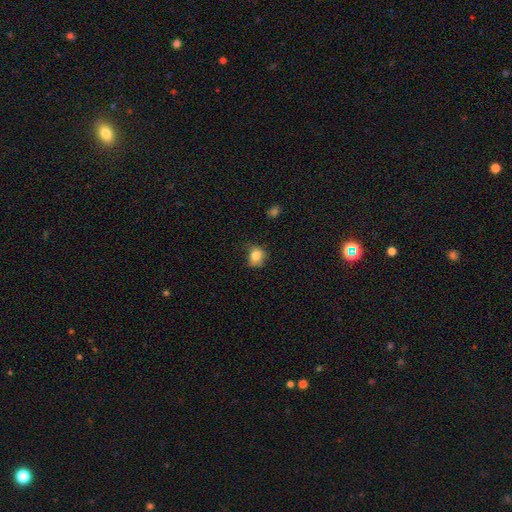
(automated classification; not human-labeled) Smooth or featured: smooth — 82% (star or artifact — 10%)
How rounded: round — 65% (in between — 34%)
Merging: none — 56% (minor disturbance — 31%)